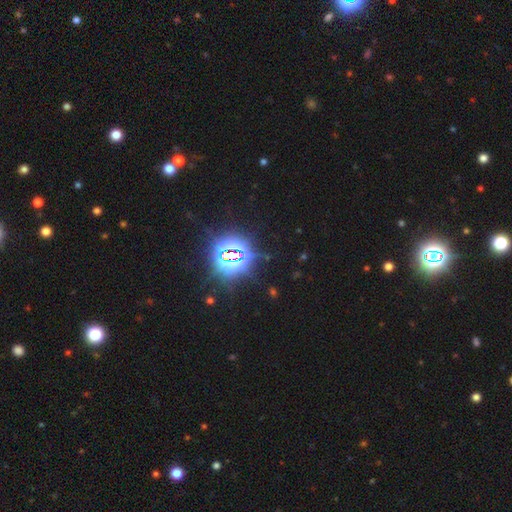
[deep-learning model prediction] Overall: star or artifact (82%).